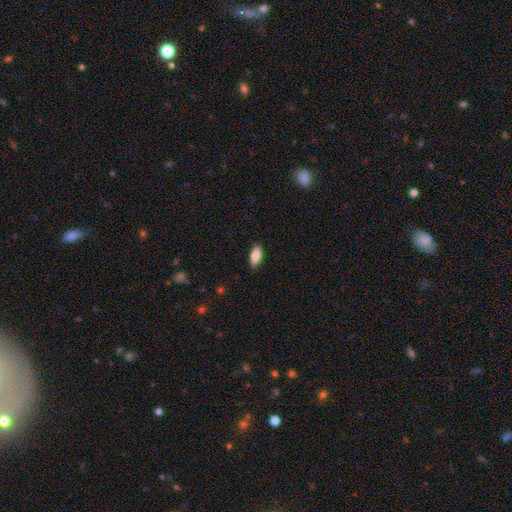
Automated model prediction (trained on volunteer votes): The model was most divided on "how rounded": in between: 86%, cigar-shaped: 12%, round: 2%. More confident: merging — none (89%); smooth or featured — smooth (85%).